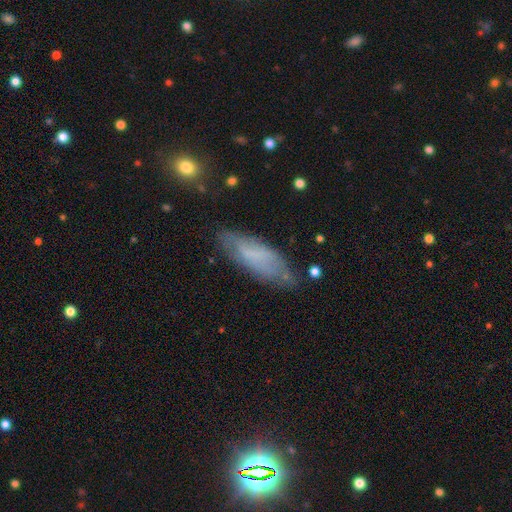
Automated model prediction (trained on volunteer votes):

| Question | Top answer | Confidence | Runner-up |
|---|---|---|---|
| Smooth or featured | smooth | 57% | featured or disk (35%) |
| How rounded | in between | 60% | cigar-shaped (38%) |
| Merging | none | 66% | minor disturbance (24%) |